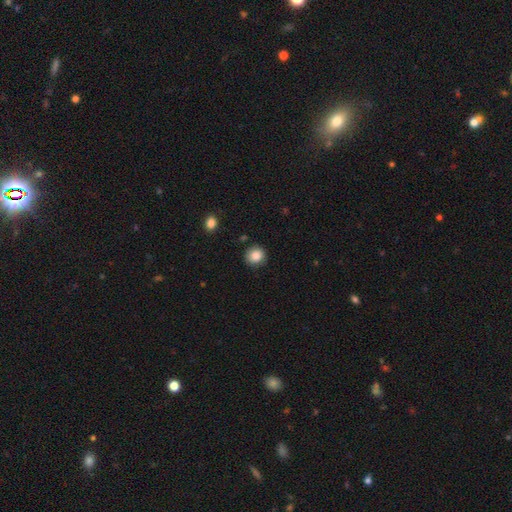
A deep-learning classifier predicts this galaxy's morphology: Q: Smooth or featured?
A: smooth (86%); runner-up: star or artifact (9%)
Q: How rounded?
A: round (89%); runner-up: in between (11%)
Q: Merging?
A: none (87%); runner-up: minor disturbance (9%)